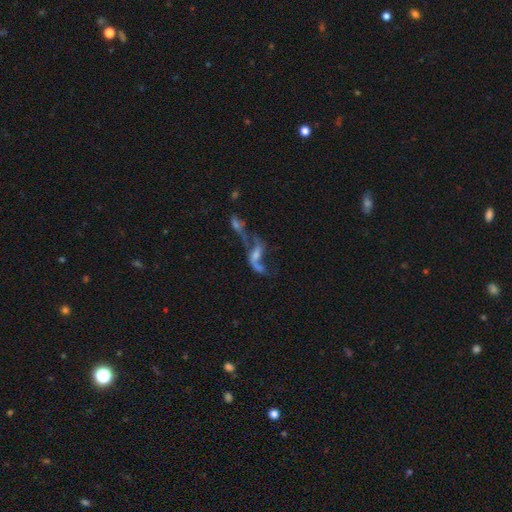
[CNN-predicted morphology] Q: Smooth or featured?
A: featured or disk (67%); runner-up: smooth (17%)
Q: Edge-on disk?
A: no (90%); runner-up: yes (10%)
Q: Bar?
A: no (56%); runner-up: weak (31%)
Q: Spiral arms?
A: yes (66%); runner-up: no (34%)
Q: Bulge size?
A: small (37%); runner-up: none (30%)
Q: Merging?
A: merger (56%); runner-up: major disturbance (20%)